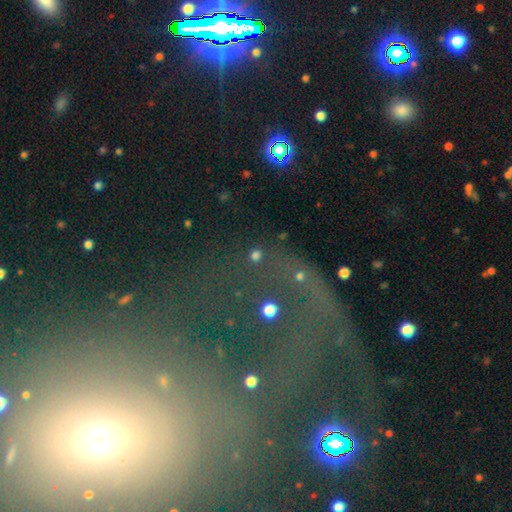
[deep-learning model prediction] Morphology: type=smooth (69%); roundness=round (88%); merging=none (81%).